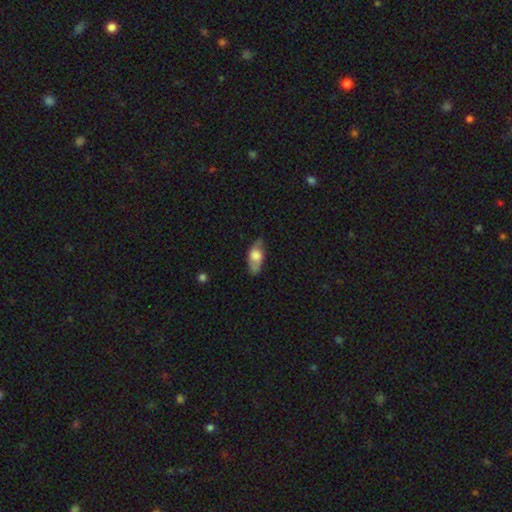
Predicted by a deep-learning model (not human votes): smooth_or_featured: smooth (p=0.60) [alt: featured or disk p=0.33]
how_rounded: in between (p=0.79) [alt: cigar-shaped p=0.16]
merging: none (p=0.62) [alt: minor disturbance p=0.27]